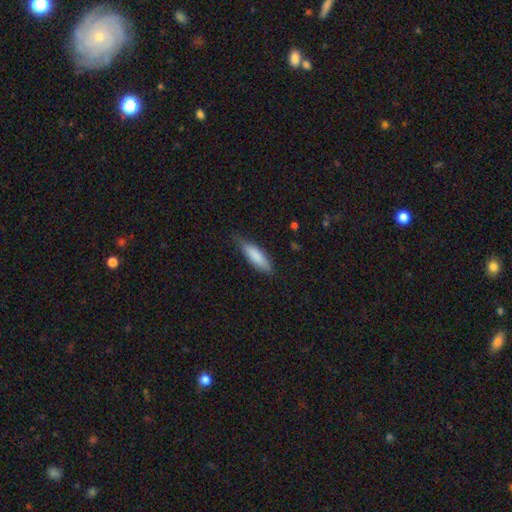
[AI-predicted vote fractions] Smooth or featured: smooth — 84% (featured or disk — 10%)
How rounded: cigar-shaped — 52% (in between — 46%)
Merging: none — 72% (minor disturbance — 22%)